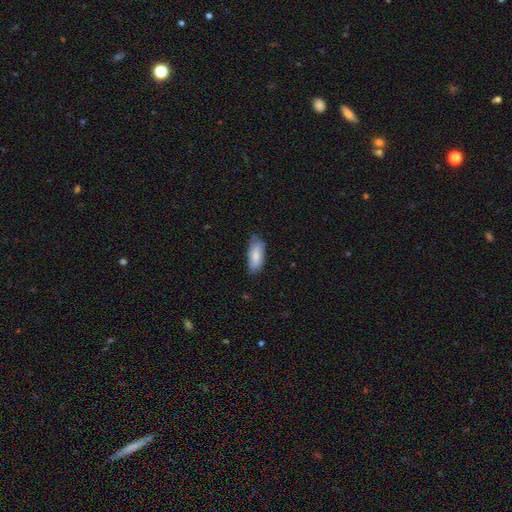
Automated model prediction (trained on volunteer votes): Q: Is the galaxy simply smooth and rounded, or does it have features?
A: smooth — 81%.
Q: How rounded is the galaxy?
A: in between — 81%.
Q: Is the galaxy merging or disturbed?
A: none — 73%.